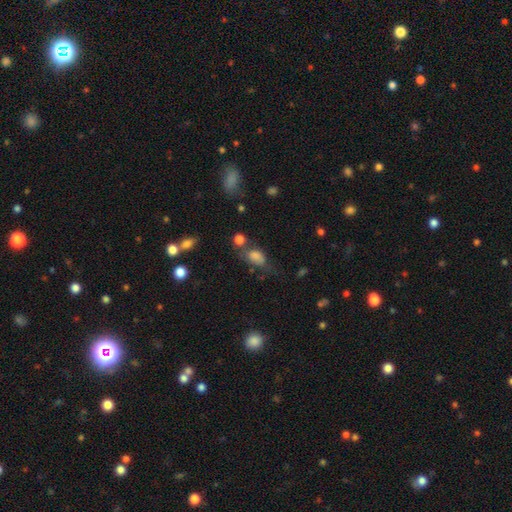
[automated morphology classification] smooth_or_featured: smooth (p=0.72) [alt: star or artifact p=0.15]
how_rounded: in between (p=0.78) [alt: round p=0.18]
merging: none (p=0.43) [alt: minor disturbance p=0.25]